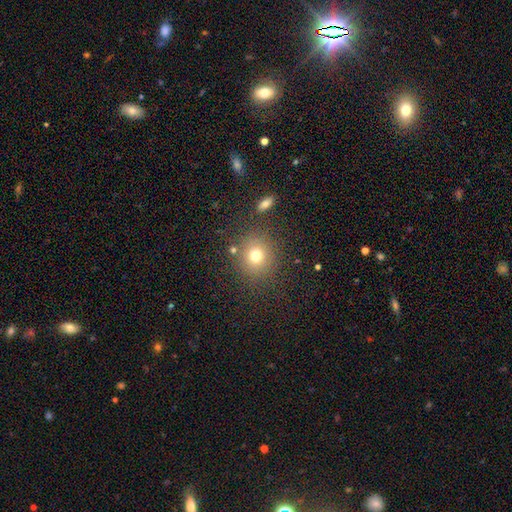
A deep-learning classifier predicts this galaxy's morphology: Overall: smooth (75%). How rounded: round (84%). Merging: none (82%).